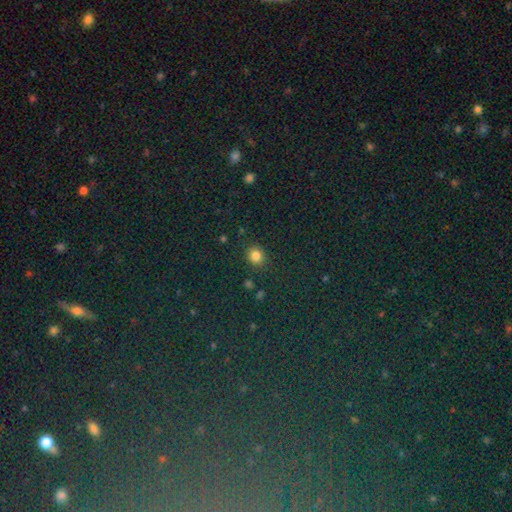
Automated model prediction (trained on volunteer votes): Smooth or featured? smooth (82%)
How rounded? round (78%)
Merging? none (86%)